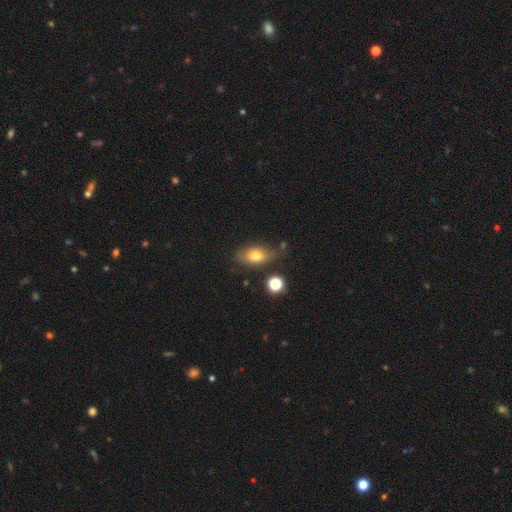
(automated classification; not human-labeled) smooth 73%, featured or disk 17%, star or artifact 10%. Down the decision tree: how rounded — in between (83%); merging — none (68%).